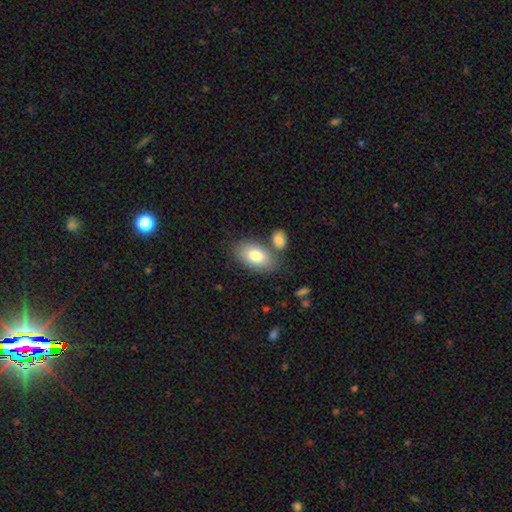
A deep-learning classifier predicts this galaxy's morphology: A smooth galaxy with no disk features (81%) that is in between round and cigar-shaped (93%).

Vote fractions:
- Smooth or featured? smooth: 81% / featured or disk: 13% / star or artifact: 6%
- How rounded? in between: 93% / round: 6% / cigar-shaped: 2%
- Merging? none: 66% / merger: 18% / minor disturbance: 12% / major disturbance: 4%